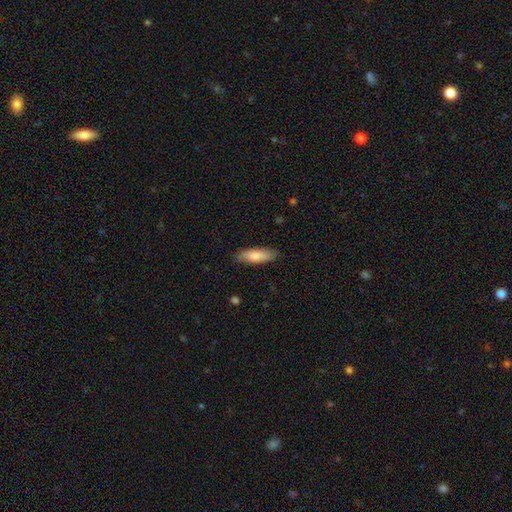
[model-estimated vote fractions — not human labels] A smooth galaxy with no disk features (83%) that is cigar-shaped (50%). Merging: none (87%).